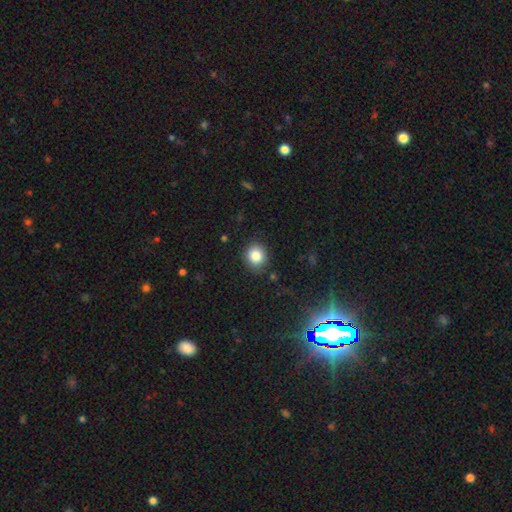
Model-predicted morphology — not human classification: Smooth or featured? Predicted: smooth (p=0.83). How rounded? Predicted: round (p=0.78). Merging? Predicted: none (p=0.87).